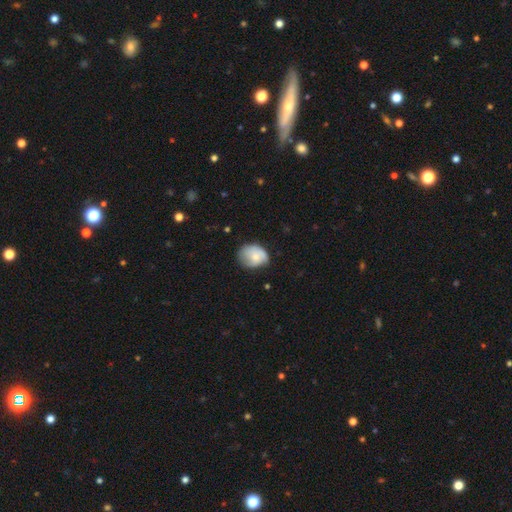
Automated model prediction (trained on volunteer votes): smooth 62%, featured or disk 31%, star or artifact 7%. Down the decision tree: how rounded — round (50%); merging — none (53%).